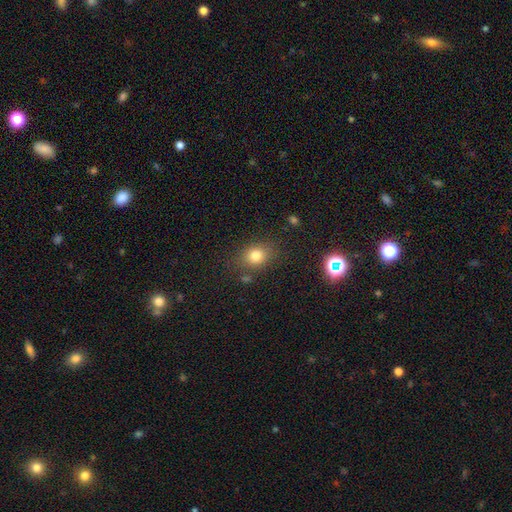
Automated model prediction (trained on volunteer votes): Smooth or featured? smooth (78%)
How rounded? round (51%)
Merging? none (79%)